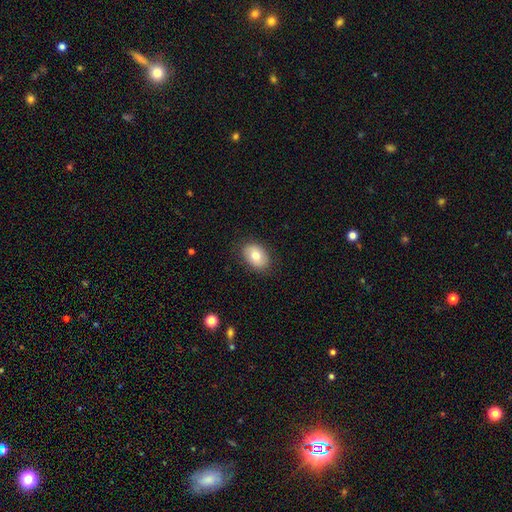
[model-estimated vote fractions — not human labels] Q: Smooth or featured?
A: smooth (77%); runner-up: featured or disk (15%)
Q: How rounded?
A: in between (82%); runner-up: round (17%)
Q: Merging?
A: none (85%); runner-up: minor disturbance (11%)